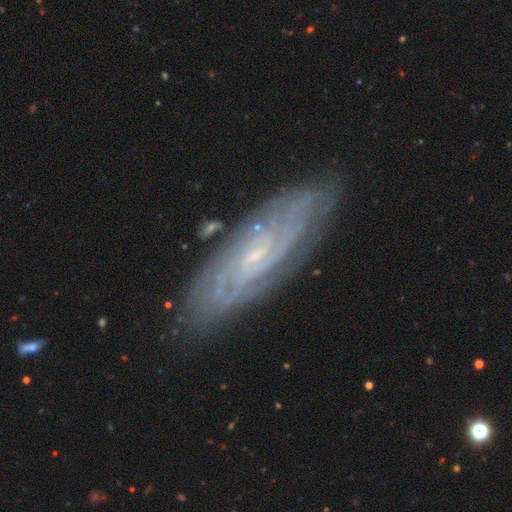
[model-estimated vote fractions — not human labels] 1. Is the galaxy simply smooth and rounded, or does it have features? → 83% featured or disk, 10% smooth, 7% star or artifact.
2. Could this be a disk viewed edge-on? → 86% no, 14% yes.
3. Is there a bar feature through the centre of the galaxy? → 58% no, 33% weak, 9% strong.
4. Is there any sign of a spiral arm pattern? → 95% yes, 5% no.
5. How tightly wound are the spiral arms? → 66% tight, 28% medium, 6% loose.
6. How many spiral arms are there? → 38% can't tell, 23% 2, 13% 3, 12% 4, 7% more than 4, 6% 1.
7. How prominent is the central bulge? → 82% small, 10% moderate, 6% none, 1% large, 1% dominant.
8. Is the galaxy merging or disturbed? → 82% none, 13% minor disturbance, 3% major disturbance, 2% merger.